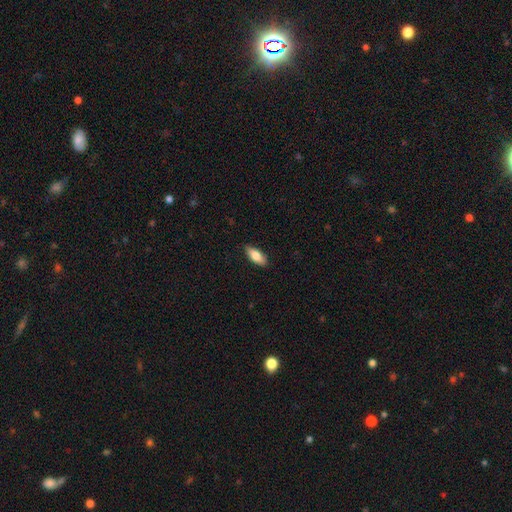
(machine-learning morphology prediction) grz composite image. It shows a smooth galaxy with no disk features (79%) that is in between round and cigar-shaped (81%). Merging: none (85%).